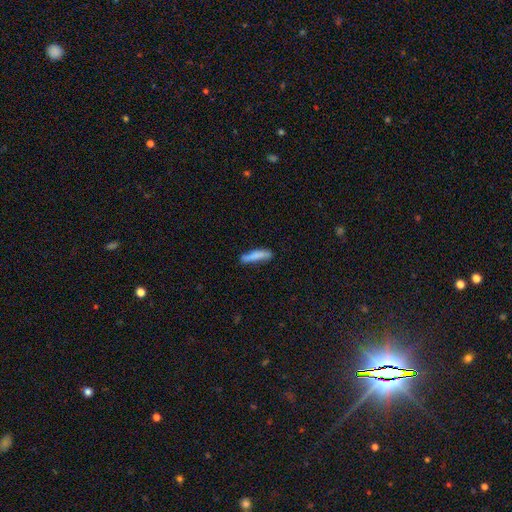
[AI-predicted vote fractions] Smooth or featured: smooth — 79% (featured or disk — 15%)
How rounded: cigar-shaped — 84% (in between — 14%)
Merging: none — 74% (minor disturbance — 19%)